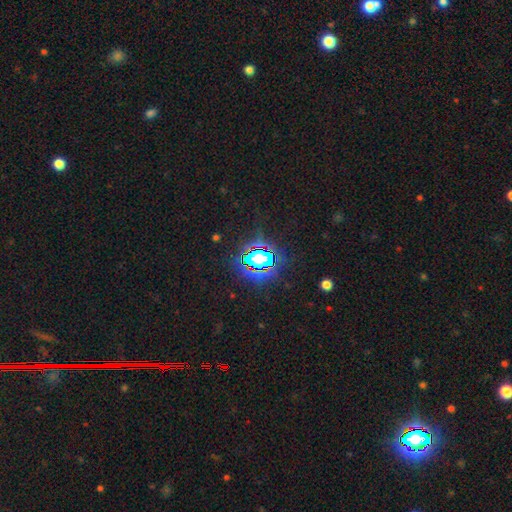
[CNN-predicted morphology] A star or artifact, not a galaxy (71%).

Vote fractions:
- Smooth or featured? star or artifact: 71% / smooth: 19% / featured or disk: 11%